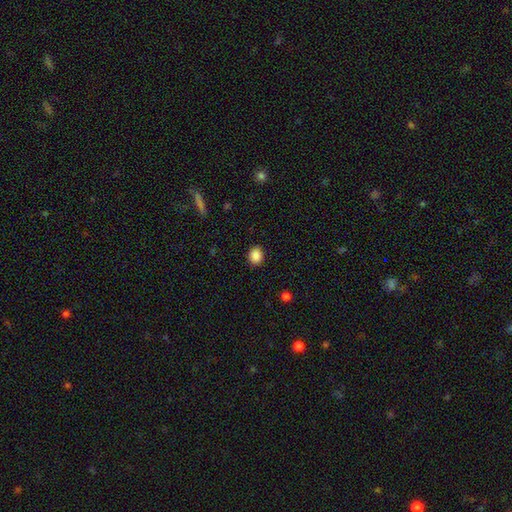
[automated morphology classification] Smooth or featured? smooth (87%)
How rounded? round (65%)
Merging? none (90%)